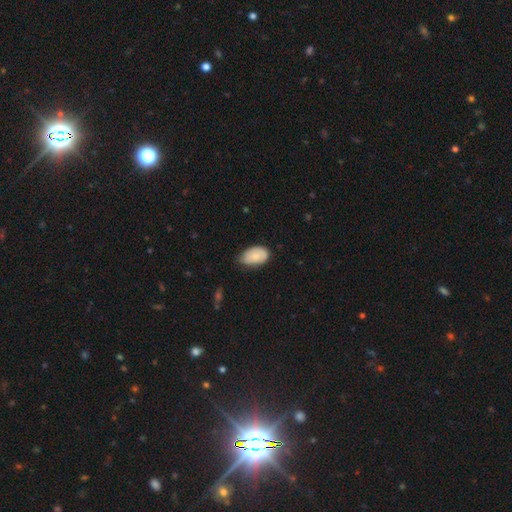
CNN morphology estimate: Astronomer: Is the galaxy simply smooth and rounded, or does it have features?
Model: smooth — 78%.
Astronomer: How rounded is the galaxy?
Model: in between — 93%.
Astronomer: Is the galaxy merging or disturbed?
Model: none — 61%.